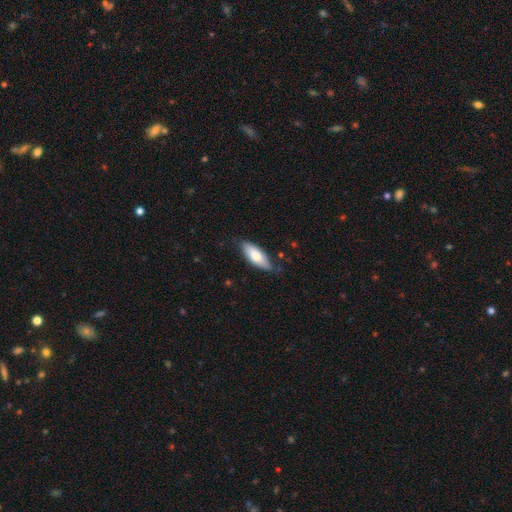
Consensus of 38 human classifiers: Morphology: type=smooth (71%); roundness=in between (78%); merging=none (67%).